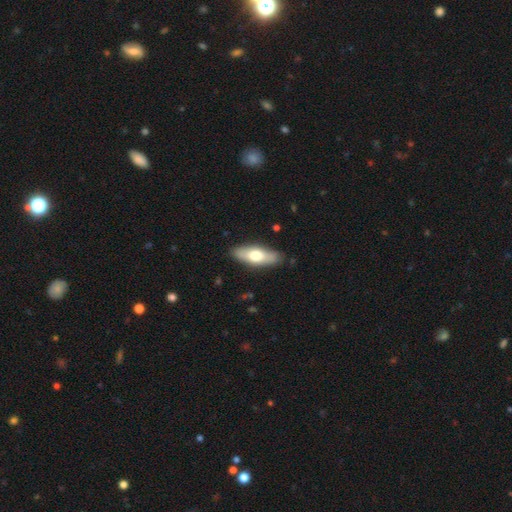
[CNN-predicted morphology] Smooth or featured? Predicted: smooth (p=0.63). How rounded? Predicted: in between (p=0.64). Merging? Predicted: none (p=0.86).